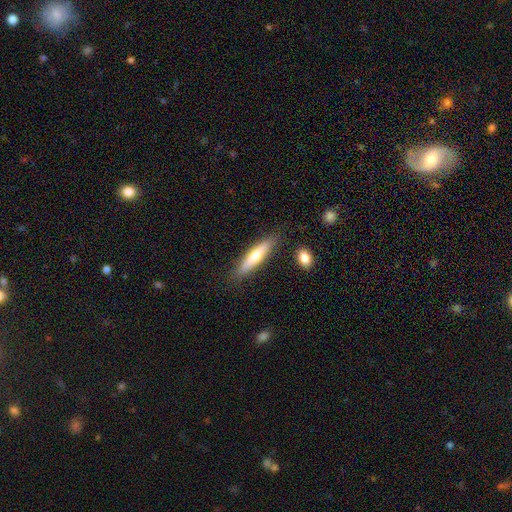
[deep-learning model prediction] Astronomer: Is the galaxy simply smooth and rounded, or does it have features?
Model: smooth — 58% (runner-up: featured or disk, 36%).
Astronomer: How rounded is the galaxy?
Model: cigar-shaped — 84%.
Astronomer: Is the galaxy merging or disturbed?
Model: none — 84%.